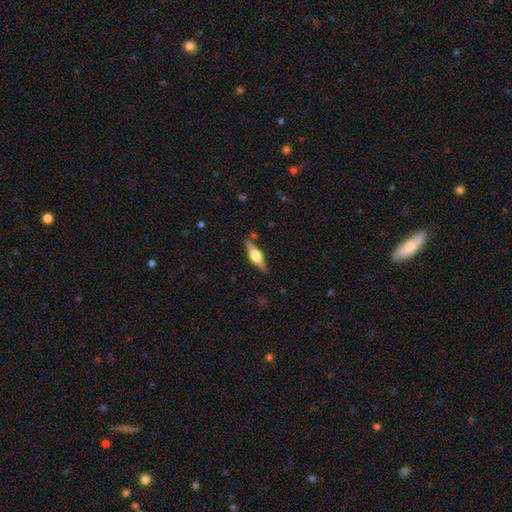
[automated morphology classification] Smooth or featured? Predicted: featured or disk (p=0.68). Edge-on disk? Predicted: yes (p=0.96). Edge-on bulge? Predicted: rounded (p=0.94). Merging? Predicted: none (p=0.86).